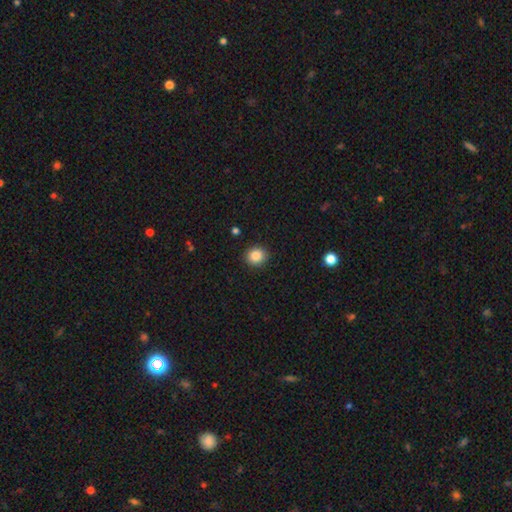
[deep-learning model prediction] smooth_or_featured: smooth (p=0.86) [alt: star or artifact p=0.10]
how_rounded: round (p=0.80) [alt: in between p=0.19]
merging: none (p=0.90) [alt: minor disturbance p=0.07]